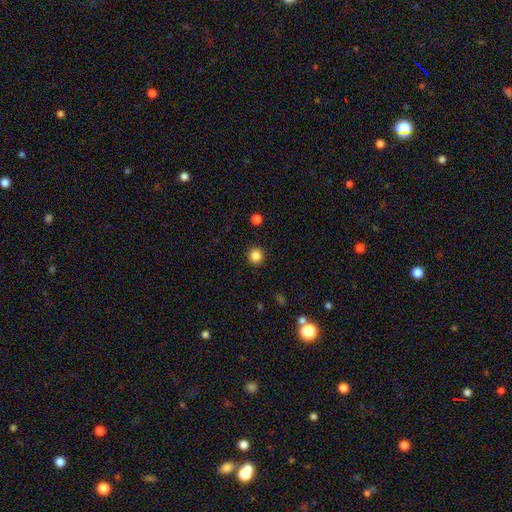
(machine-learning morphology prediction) type=smooth (85%); roundness=round (94%); merging=none (92%).